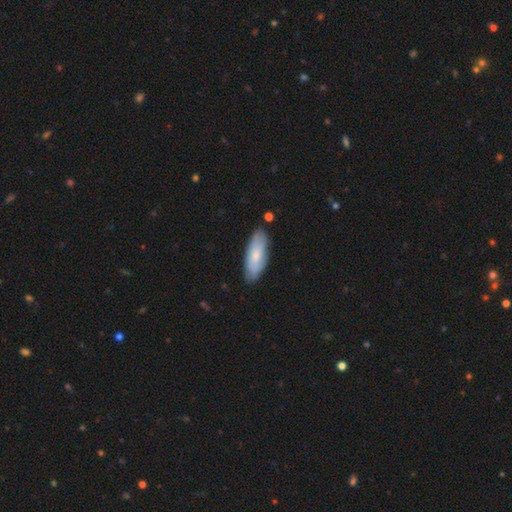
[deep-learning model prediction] Morphology: type=smooth (67%); roundness=in between (72%); merging=none (81%).